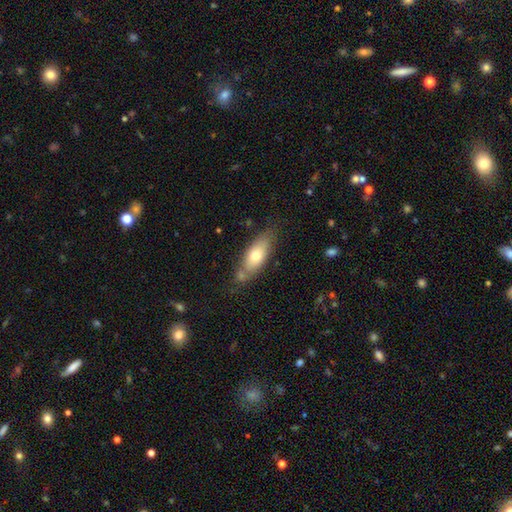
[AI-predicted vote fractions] Smooth or featured? smooth (68%)
How rounded? in between (75%)
Merging? none (66%)